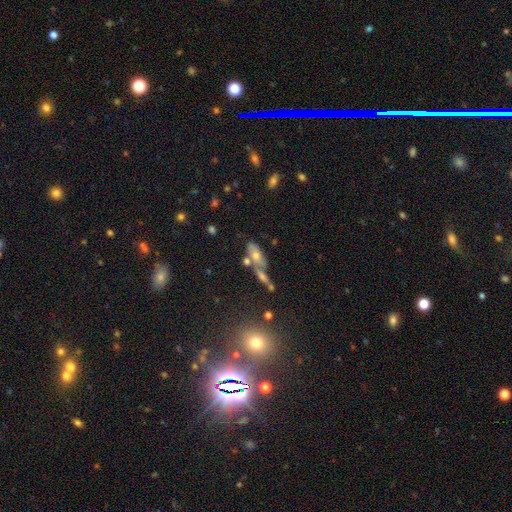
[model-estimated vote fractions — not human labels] smooth-or-featured: smooth: 48% | featured or disk: 40% | star or artifact: 12%
  merging: merger: 41% | none: 34% | minor disturbance: 15% | major disturbance: 9%